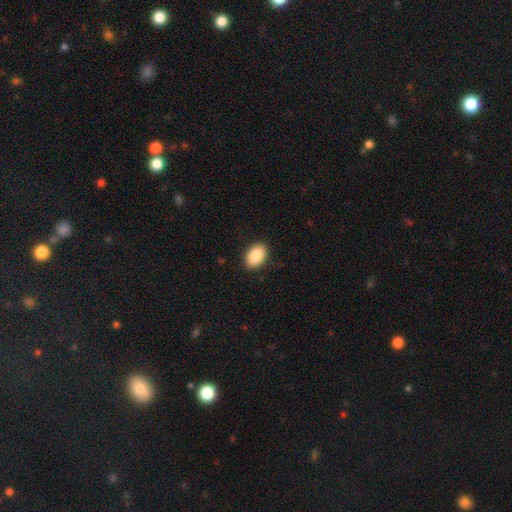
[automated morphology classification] smooth_or_featured: smooth (p=0.88) [alt: star or artifact p=0.07]
how_rounded: in between (p=0.89) [alt: round p=0.10]
merging: none (p=0.89) [alt: minor disturbance p=0.08]